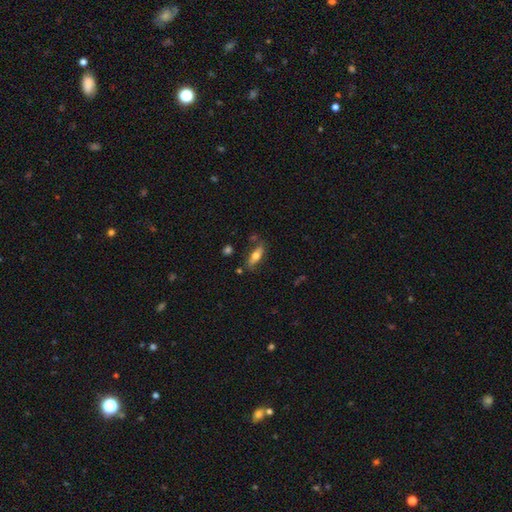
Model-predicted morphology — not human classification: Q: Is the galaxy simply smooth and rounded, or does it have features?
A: smooth — 61%.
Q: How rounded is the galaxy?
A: in between — 63%.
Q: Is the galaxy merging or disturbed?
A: none — 70%.